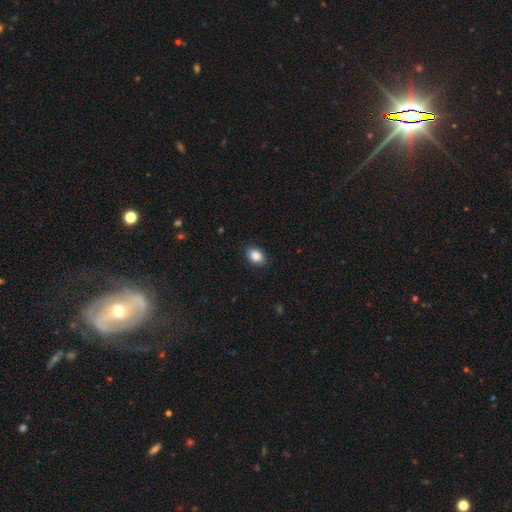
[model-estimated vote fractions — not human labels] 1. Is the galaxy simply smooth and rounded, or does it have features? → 87% smooth, 8% star or artifact, 5% featured or disk.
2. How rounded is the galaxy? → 79% in between, 20% round, 1% cigar-shaped.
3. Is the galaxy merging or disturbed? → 86% none, 10% minor disturbance, 2% major disturbance, 1% merger.